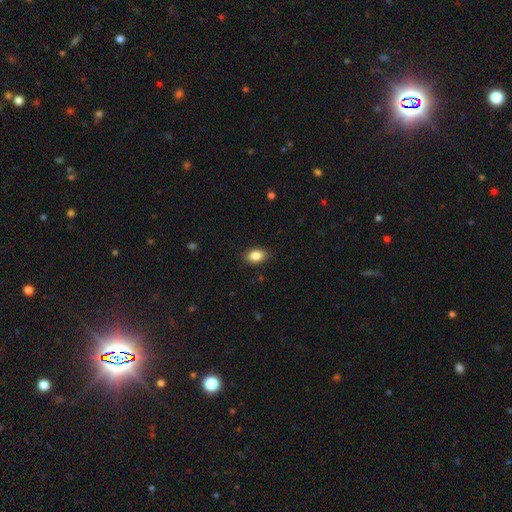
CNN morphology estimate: smooth 86%, star or artifact 8%, featured or disk 5%. Down the decision tree: how rounded — in between (86%); merging — none (88%).